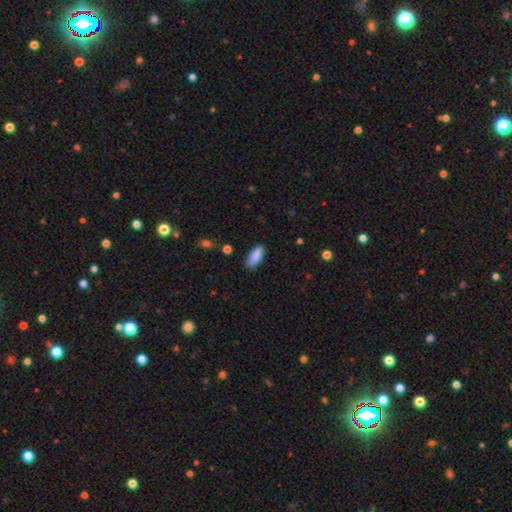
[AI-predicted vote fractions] Smooth or featured?
  - smooth: 89% *
  - star or artifact: 7%
  - featured or disk: 5%
How rounded?
  - in between: 82% *
  - cigar-shaped: 16%
  - round: 2%
Merging?
  - none: 78% *
  - minor disturbance: 17%
  - major disturbance: 3%
  - merger: 2%